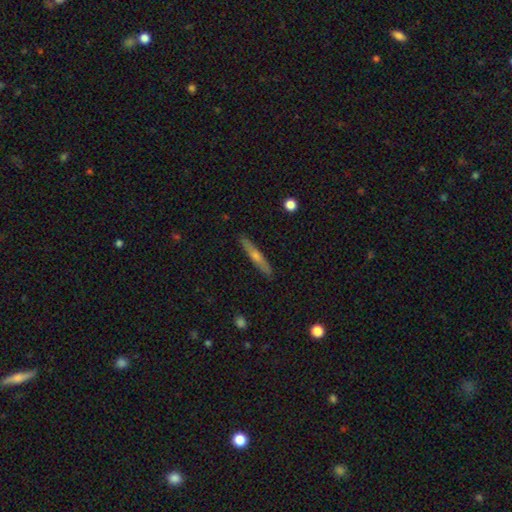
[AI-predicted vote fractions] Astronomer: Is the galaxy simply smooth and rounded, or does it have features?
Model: featured or disk — 52% (runner-up: smooth, 41%).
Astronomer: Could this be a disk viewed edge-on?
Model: yes — 94%.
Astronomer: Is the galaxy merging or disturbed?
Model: none — 90%.